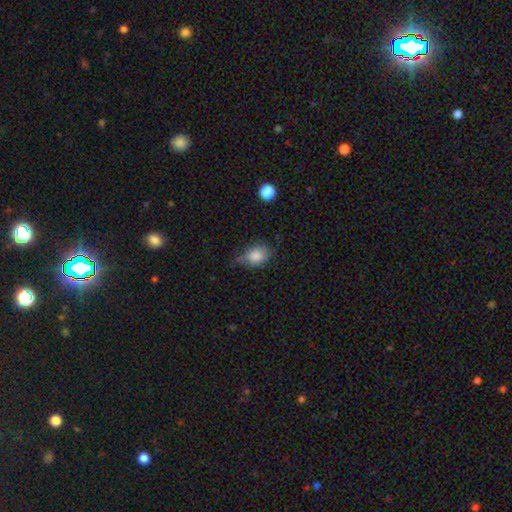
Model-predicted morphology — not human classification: This is clearly a smooth galaxy (81%). How rounded: likely in between (69%). Merging: possibly none (48%).